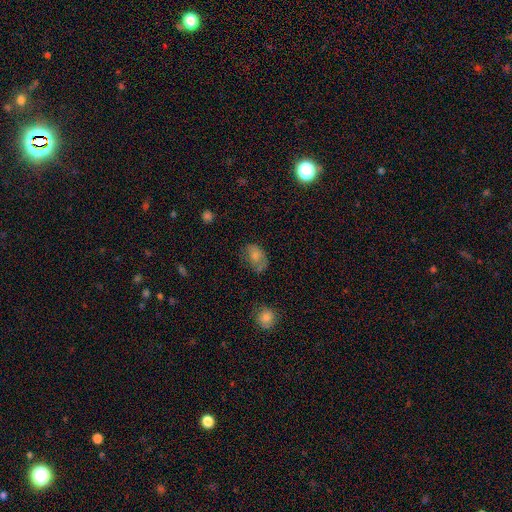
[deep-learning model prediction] Morphology: type=smooth (73%); roundness=in between (83%); merging=none (47%).